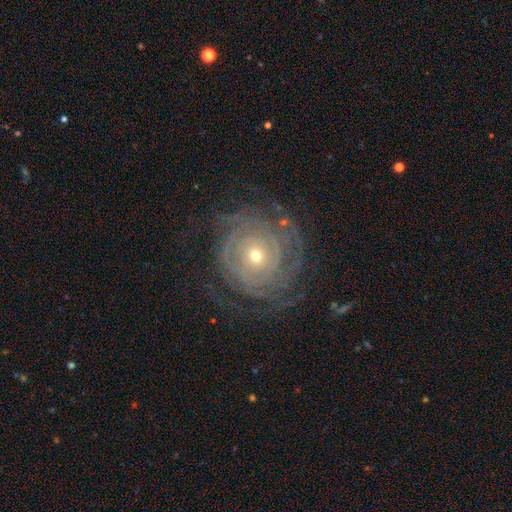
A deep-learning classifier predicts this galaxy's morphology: A featured or disk galaxy (85%) with no bar (78%), tight (83%) spiral arms (95%) and a small central bulge (58%). Merging: none (75%).